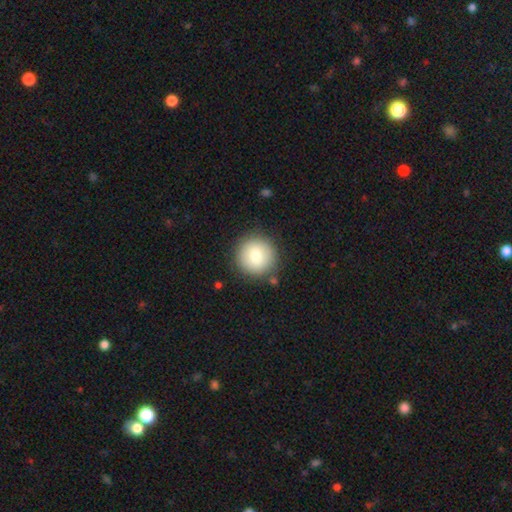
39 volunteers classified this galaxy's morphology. Q: Smooth or featured?
A: smooth (90%); runner-up: featured or disk (8%)
Q: How rounded?
A: round (97%); runner-up: in between (3%)
Q: Merging?
A: none (79%); runner-up: minor disturbance (11%)